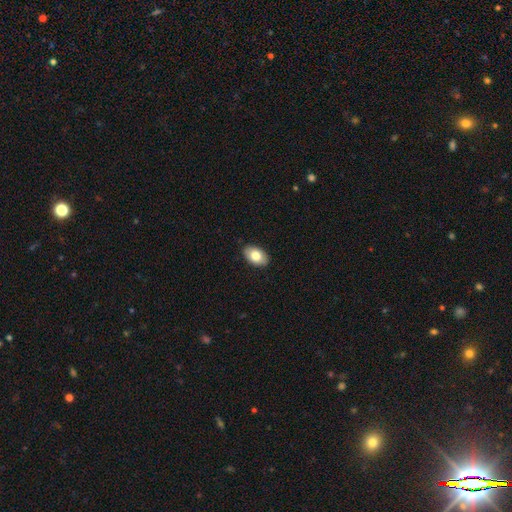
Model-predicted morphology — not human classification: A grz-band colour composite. It shows a smooth galaxy with no disk features (80%) that is in between round and cigar-shaped (91%). Merging: none (89%).